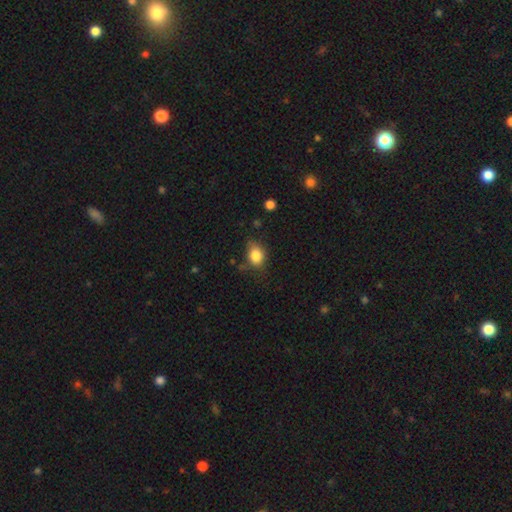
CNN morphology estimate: A smooth galaxy with no disk features (84%) that is in between round and cigar-shaped (59%). Merging: none (63%).